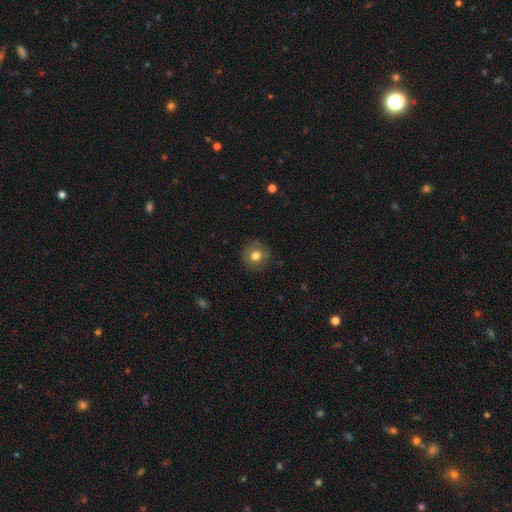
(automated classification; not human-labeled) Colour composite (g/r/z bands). It shows a smooth galaxy with no disk features (77%) that is round (89%). Merging: none (84%).